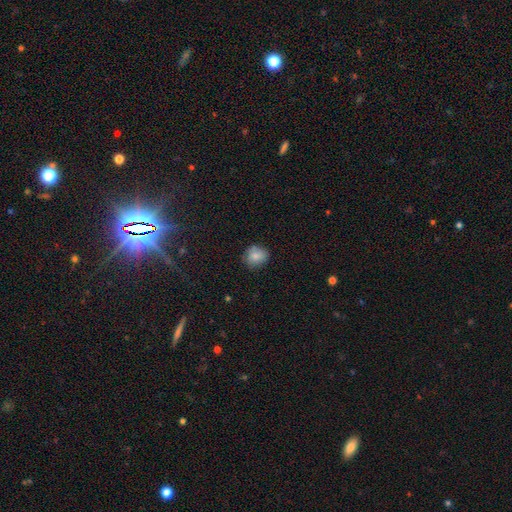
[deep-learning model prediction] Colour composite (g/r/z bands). It shows a smooth galaxy with no disk features (83%) that is round (78%). Merging: none (79%).